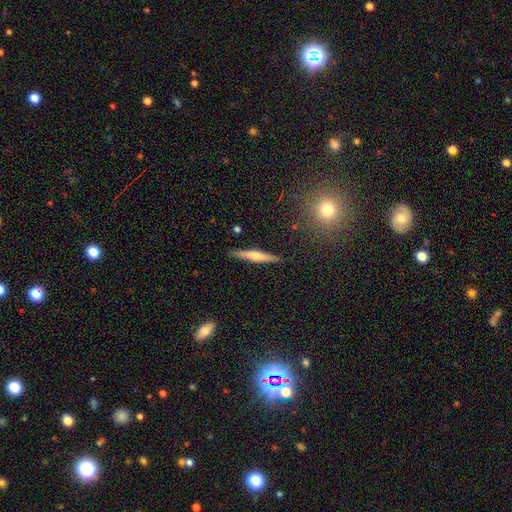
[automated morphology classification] This is possibly a featured or disk galaxy (53%). It is clearly viewed edge-on (95%). Edge-on bulge: likely rounded (79%). Merging: clearly none (89%).